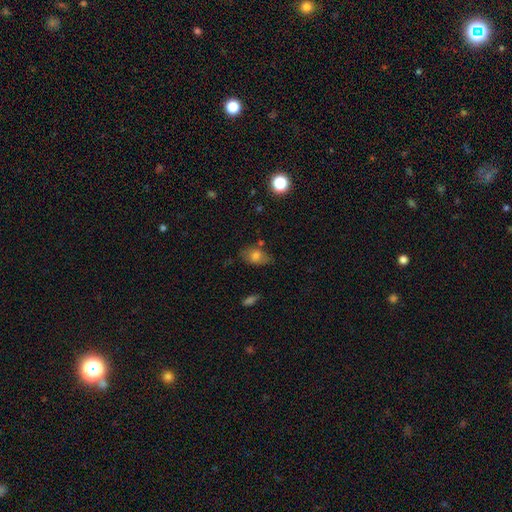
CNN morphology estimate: Smooth or featured? smooth (72%)
How rounded? in between (84%)
Merging? none (64%)